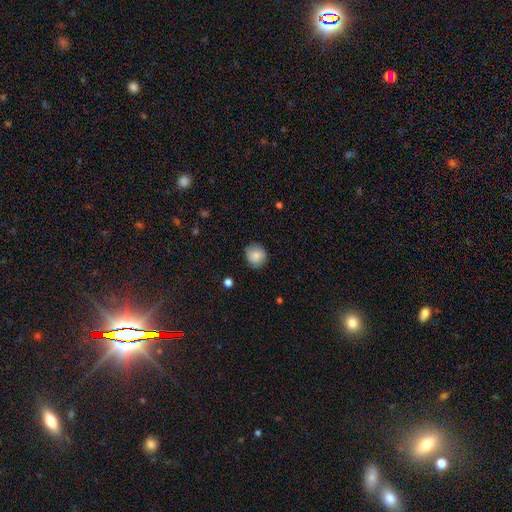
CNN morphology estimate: Q: Smooth or featured?
A: smooth (80%); runner-up: featured or disk (12%)
Q: How rounded?
A: round (86%); runner-up: in between (13%)
Q: Merging?
A: none (81%); runner-up: minor disturbance (15%)